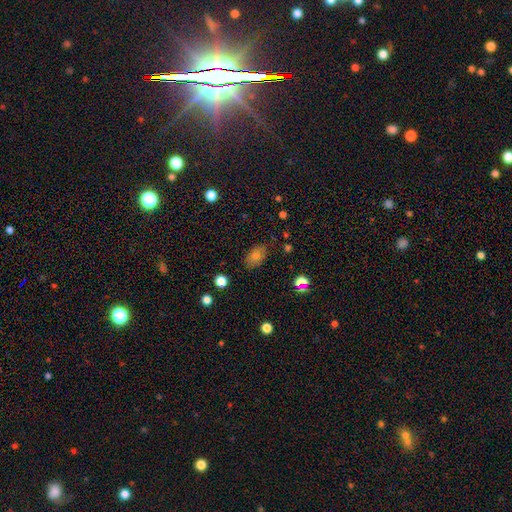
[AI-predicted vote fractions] Morphology: type=smooth (71%); roundness=in between (84%); merging=none (81%).